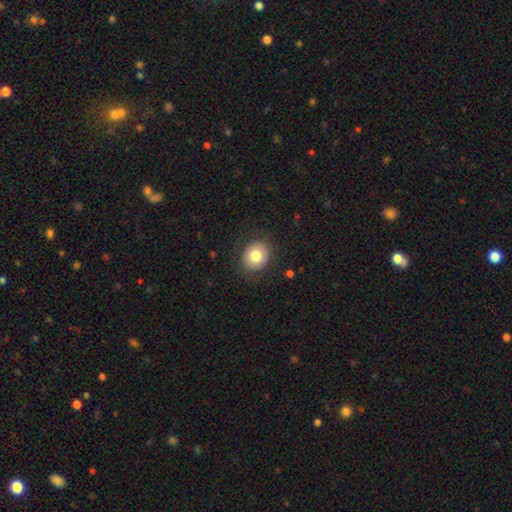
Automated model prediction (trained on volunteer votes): Smooth or featured: smooth — 80% (featured or disk — 11%)
How rounded: round — 69% (in between — 30%)
Merging: none — 86% (minor disturbance — 9%)